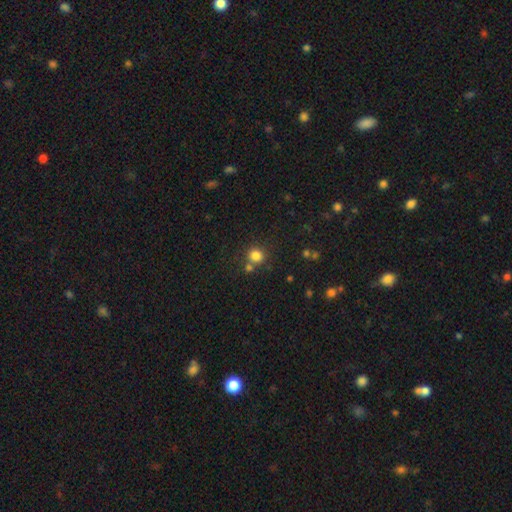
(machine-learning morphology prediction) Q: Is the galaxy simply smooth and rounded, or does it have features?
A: smooth — 81%.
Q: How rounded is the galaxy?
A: round — 87%.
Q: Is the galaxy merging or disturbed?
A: none — 70%.